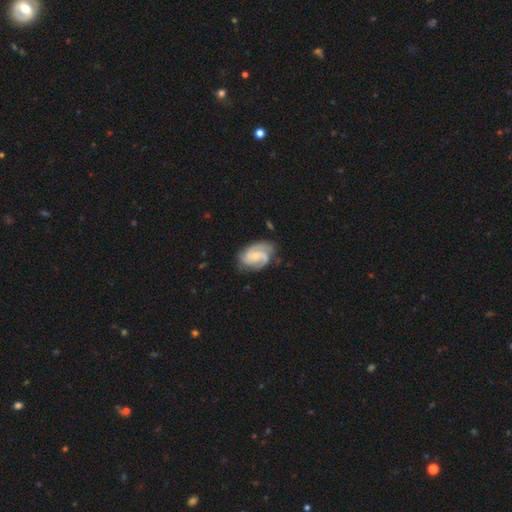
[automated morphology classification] type=featured or disk (84%); edge-on=no (98%); bar=no (57%); spiral arms=yes (97%); winding=medium (44%); arm count=2 (56%); bulge=small (64%); merging=none (69%).